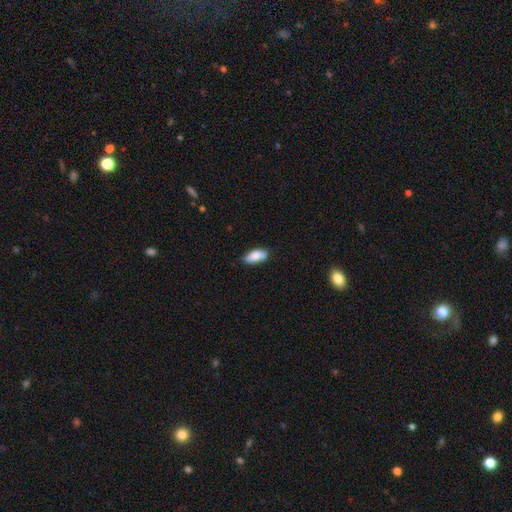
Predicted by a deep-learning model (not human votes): The model was most divided on "merging": none: 68%, minor disturbance: 26%, major disturbance: 4%, merger: 3%. More confident: how rounded — in between (85%); smooth or featured — smooth (81%).